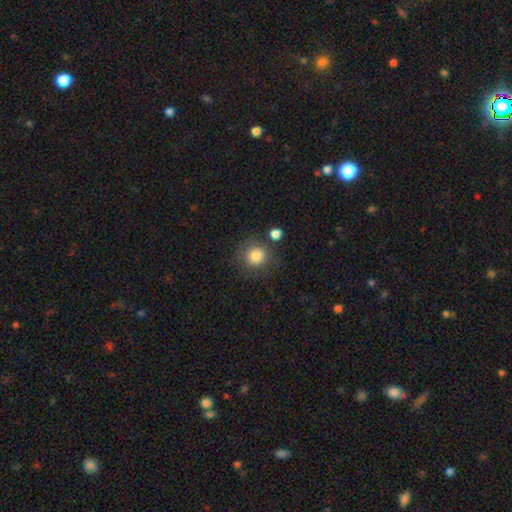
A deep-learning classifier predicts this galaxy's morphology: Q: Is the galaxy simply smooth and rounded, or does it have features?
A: smooth — 83%.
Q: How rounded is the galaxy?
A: round — 90%.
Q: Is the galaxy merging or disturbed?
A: none — 76%.